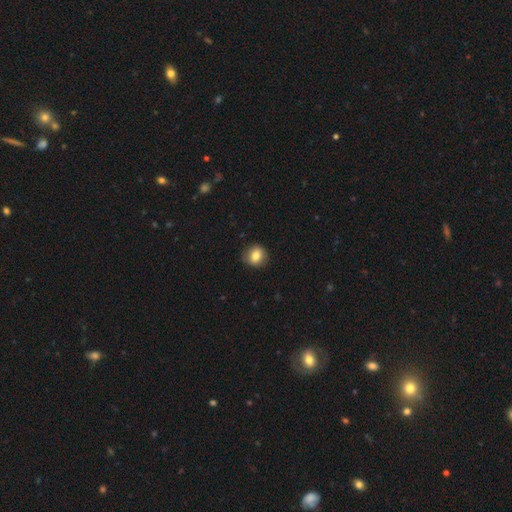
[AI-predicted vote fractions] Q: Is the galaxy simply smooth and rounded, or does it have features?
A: smooth — 79%.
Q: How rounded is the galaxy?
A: round — 82%.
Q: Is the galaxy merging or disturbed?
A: none — 84%.